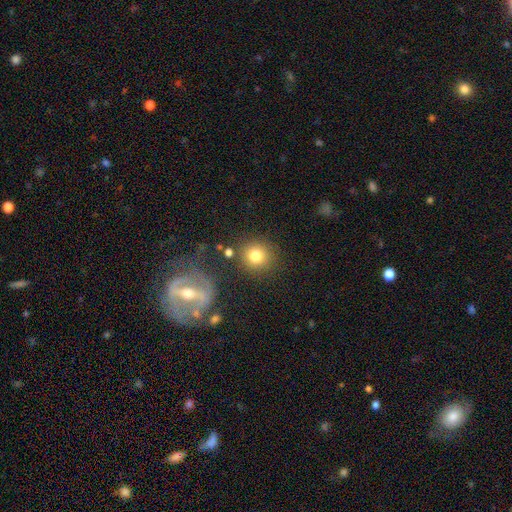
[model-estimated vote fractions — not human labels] smooth 79%, star or artifact 11%, featured or disk 10%. Down the decision tree: how rounded — round (90%); merging — none (80%).